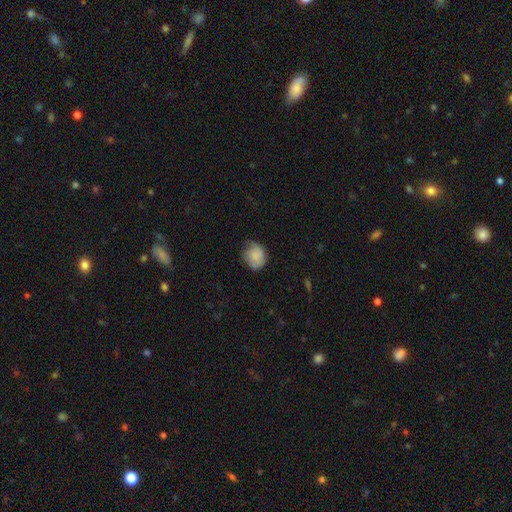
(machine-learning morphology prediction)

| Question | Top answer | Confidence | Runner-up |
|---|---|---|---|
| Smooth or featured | smooth | 82% | featured or disk (10%) |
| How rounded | round | 58% | in between (41%) |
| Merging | none | 54% | minor disturbance (35%) |